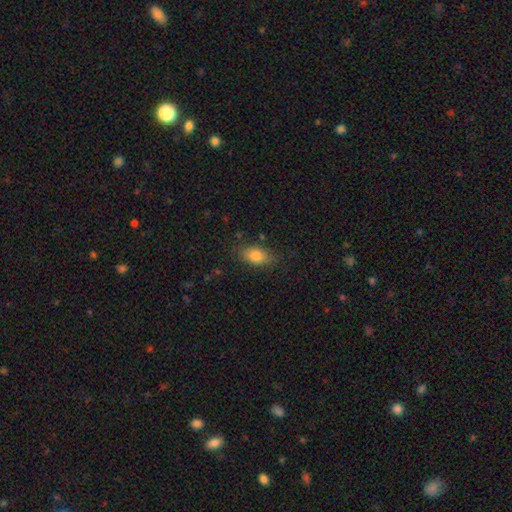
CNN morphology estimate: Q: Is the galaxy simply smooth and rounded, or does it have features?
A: smooth — 81%.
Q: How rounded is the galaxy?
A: in between — 86%.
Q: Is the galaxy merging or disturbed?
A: none — 77%.